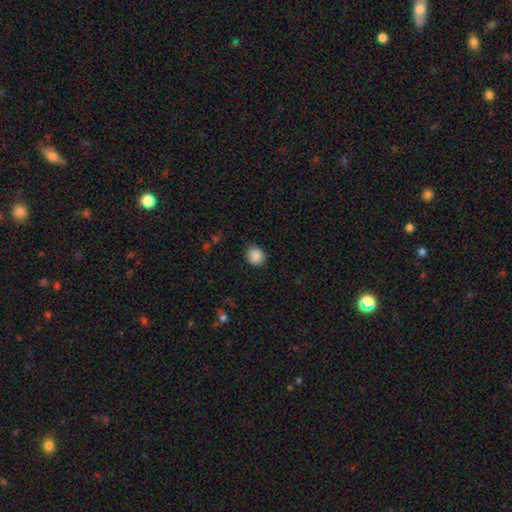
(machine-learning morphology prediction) type=smooth (88%); roundness=round (81%); merging=none (85%).